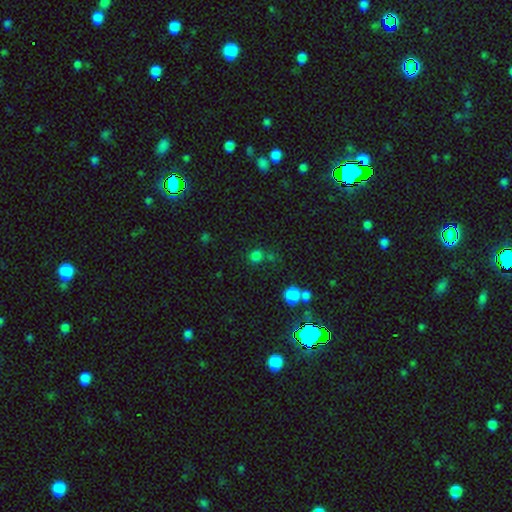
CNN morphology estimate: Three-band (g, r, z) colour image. It shows a smooth galaxy with no disk features (74%) that is round (80%). Merging: none (68%).